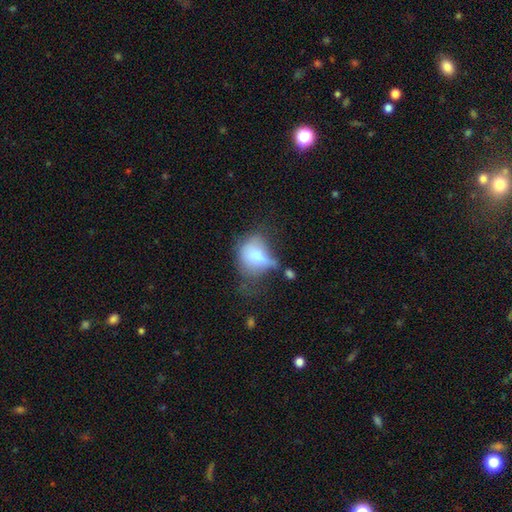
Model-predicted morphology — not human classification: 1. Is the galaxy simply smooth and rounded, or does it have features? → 66% smooth, 25% featured or disk, 10% star or artifact.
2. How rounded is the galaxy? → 60% in between, 38% round, 2% cigar-shaped.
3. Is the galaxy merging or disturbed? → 40% major disturbance, 26% minor disturbance, 20% none, 13% merger.